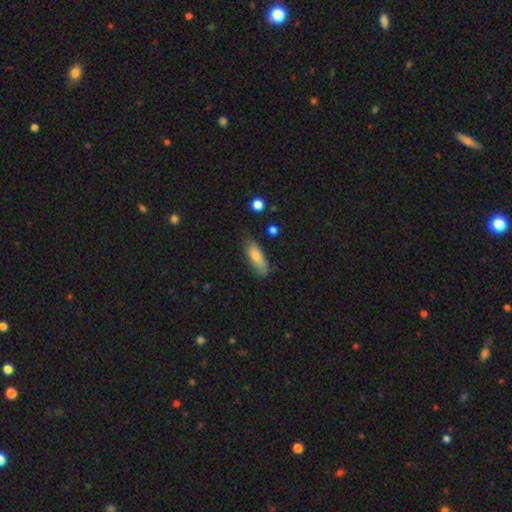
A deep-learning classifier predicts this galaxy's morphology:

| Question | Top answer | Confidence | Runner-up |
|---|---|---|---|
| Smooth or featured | smooth | 75% | featured or disk (18%) |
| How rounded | in between | 61% | cigar-shaped (36%) |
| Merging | none | 64% | minor disturbance (27%) |